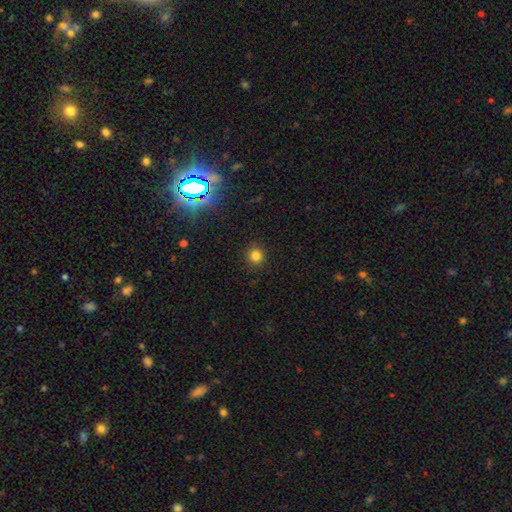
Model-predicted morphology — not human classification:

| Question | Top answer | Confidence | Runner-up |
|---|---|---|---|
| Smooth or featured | smooth | 80% | star or artifact (16%) |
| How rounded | round | 93% | in between (6%) |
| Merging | none | 91% | minor disturbance (6%) |